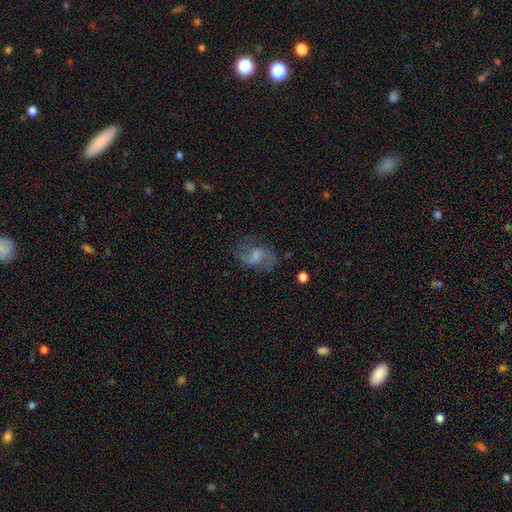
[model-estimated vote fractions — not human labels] A featured or disk galaxy (69%) with a weak bar (53%), 2 (86%) loose (50%) spiral arms (91%) and a small central bulge (37%, tied with moderate). Merging: none (72%).